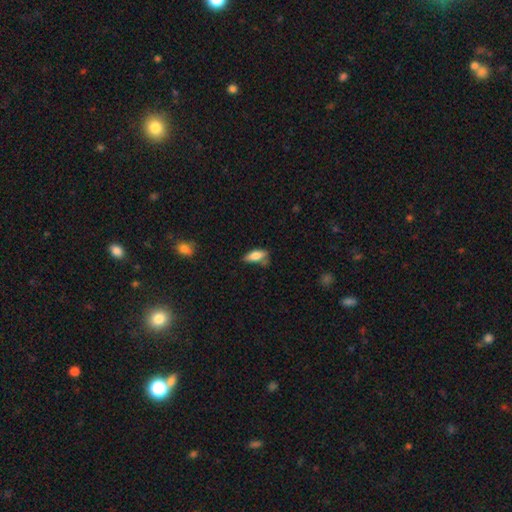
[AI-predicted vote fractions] The model was most divided on "merging": none: 55%, minor disturbance: 30%, major disturbance: 8%, merger: 7%. More confident: smooth or featured — smooth (80%); how rounded — in between (79%).